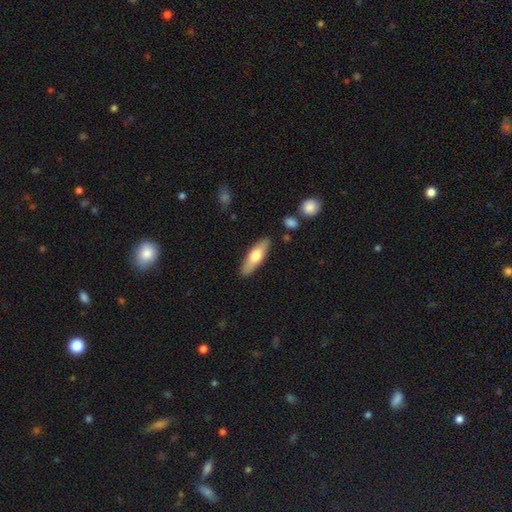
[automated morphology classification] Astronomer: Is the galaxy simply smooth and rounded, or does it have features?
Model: smooth — 62%.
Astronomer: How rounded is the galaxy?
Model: in between — 49%, tied with cigar-shaped at 49%.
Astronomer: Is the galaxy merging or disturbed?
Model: none — 87%.